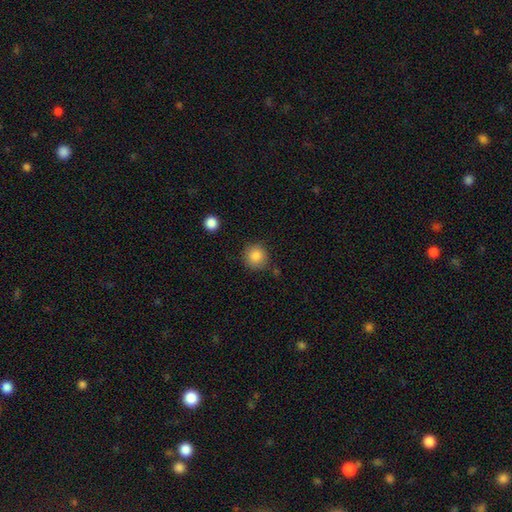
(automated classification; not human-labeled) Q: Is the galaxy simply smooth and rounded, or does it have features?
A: smooth — 87%.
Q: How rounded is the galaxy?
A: round — 92%.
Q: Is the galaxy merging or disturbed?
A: none — 85%.